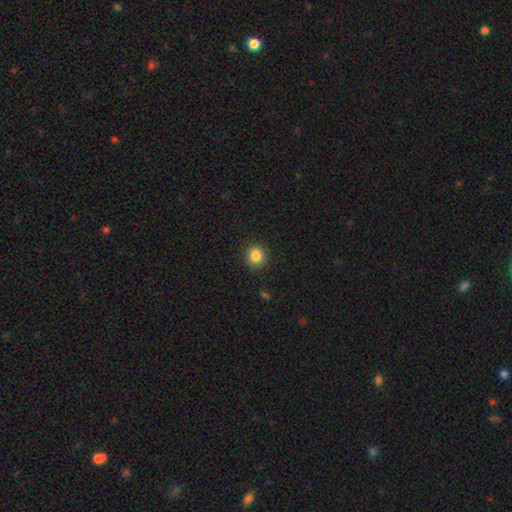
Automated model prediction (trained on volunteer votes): smooth_or_featured: smooth (p=0.85) [alt: star or artifact p=0.10]
how_rounded: round (p=0.82) [alt: in between p=0.17]
merging: none (p=0.91) [alt: minor disturbance p=0.06]